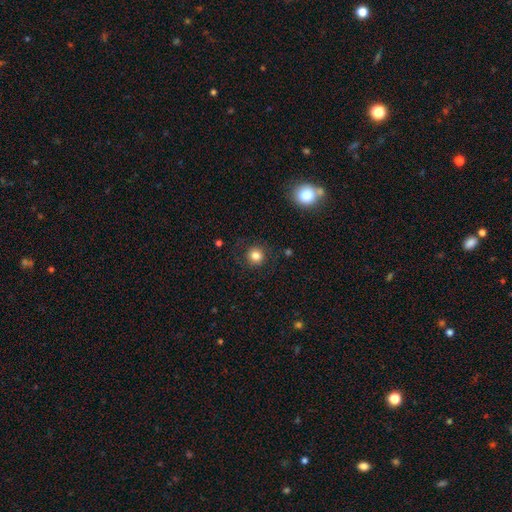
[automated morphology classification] Overall: smooth (82%). How rounded: round (92%). Merging: none (87%).